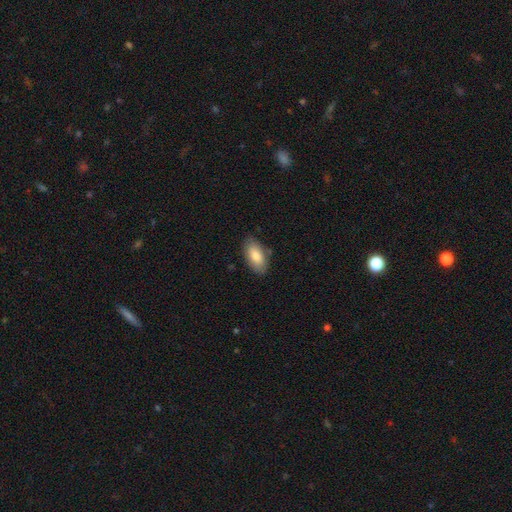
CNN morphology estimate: Smooth or featured: smooth — 80% (featured or disk — 14%)
How rounded: in between — 92% (cigar-shaped — 5%)
Merging: none — 82% (minor disturbance — 14%)